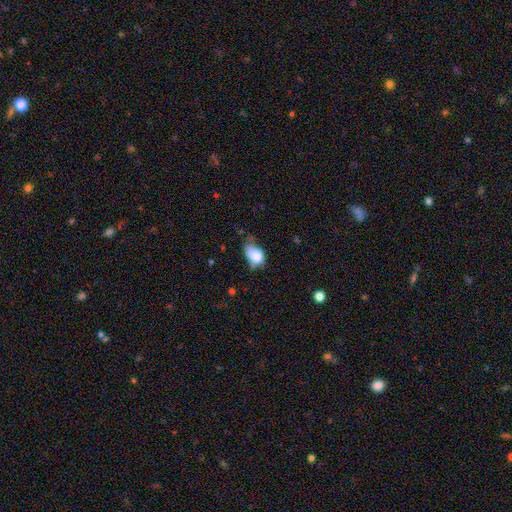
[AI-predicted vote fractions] smooth 82%, featured or disk 10%, star or artifact 8%. Down the decision tree: how rounded — in between (76%); merging — minor disturbance (44%).